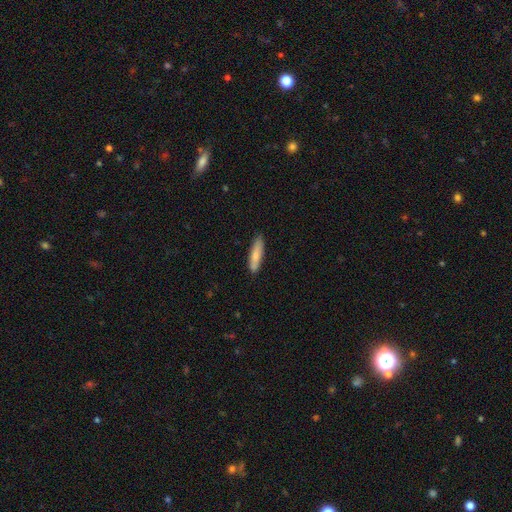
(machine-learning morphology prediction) Smooth or featured: smooth — 78% (featured or disk — 17%)
How rounded: cigar-shaped — 76% (in between — 23%)
Merging: none — 86% (minor disturbance — 11%)